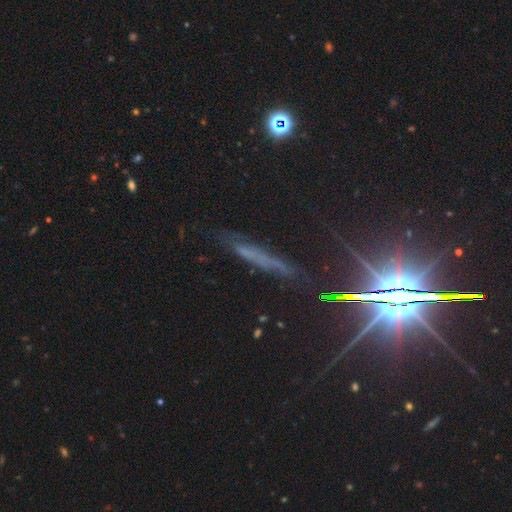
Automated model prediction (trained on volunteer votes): Smooth or featured? Predicted: star or artifact (p=0.39).